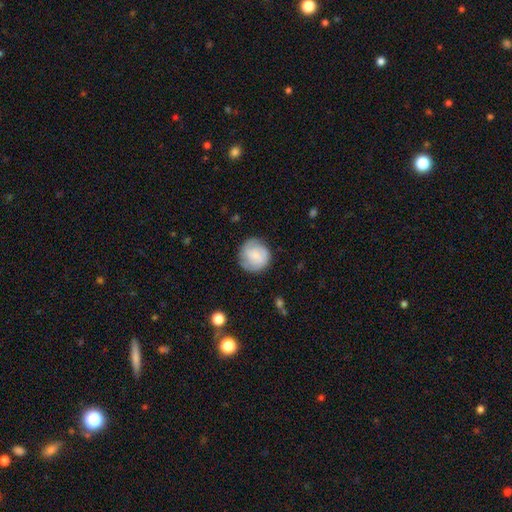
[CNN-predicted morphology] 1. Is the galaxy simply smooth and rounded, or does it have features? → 62% smooth, 31% featured or disk, 7% star or artifact.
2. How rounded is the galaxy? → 92% round, 7% in between, 1% cigar-shaped.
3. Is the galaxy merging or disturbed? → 79% none, 15% minor disturbance, 5% major disturbance, 1% merger.